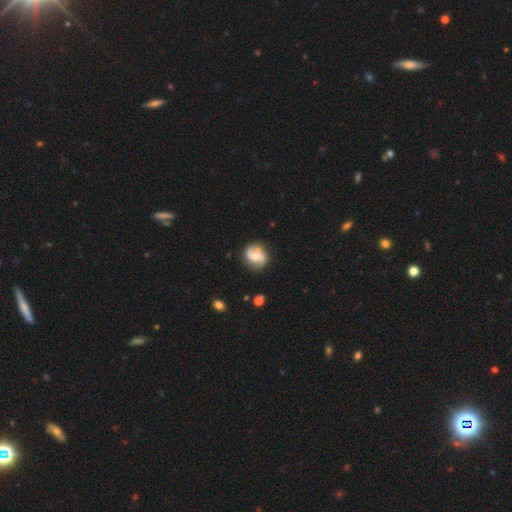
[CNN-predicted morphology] featured or disk 63%, smooth 30%, star or artifact 7%. Down the decision tree: edge-on disk — no (97%); bar — no (50%); spiral arms — yes (90%); spiral arm count — 2 (83%); spiral winding — loose (47%); bulge size — moderate (54%); merging — none (78%).